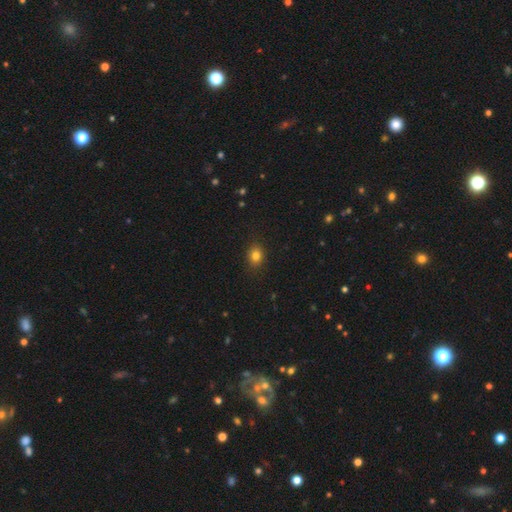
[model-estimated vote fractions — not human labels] Smooth or featured? smooth (82%)
How rounded? round (53%)
Merging? none (87%)